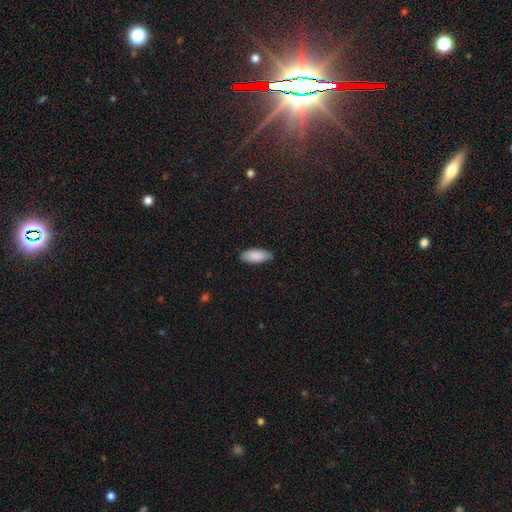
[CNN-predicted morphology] This is clearly a smooth galaxy (89%). How rounded: clearly in between (88%). Merging: clearly none (83%).